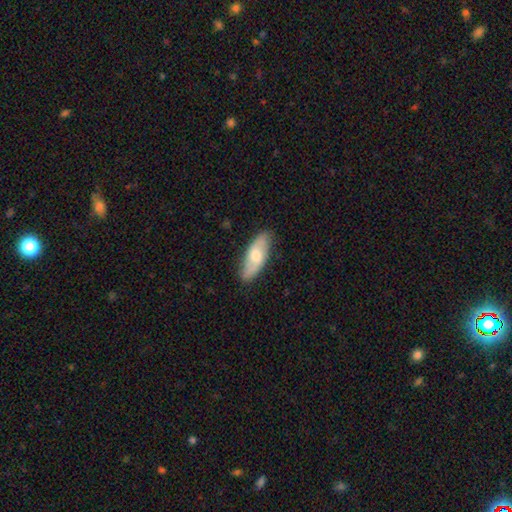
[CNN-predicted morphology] smooth-or-featured: smooth: 57% | featured or disk: 37% | star or artifact: 6%
  how-rounded: in between: 75% | cigar-shaped: 23% | round: 3%
  merging: none: 83% | minor disturbance: 14% | major disturbance: 2% | merger: 1%